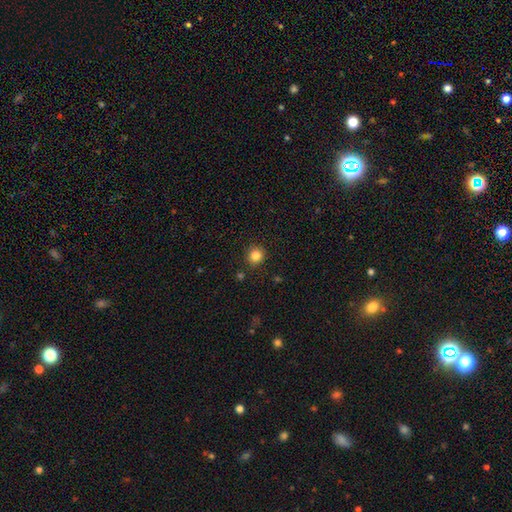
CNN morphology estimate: This is clearly a smooth galaxy (83%). How rounded: clearly round (90%). Merging: clearly none (88%).